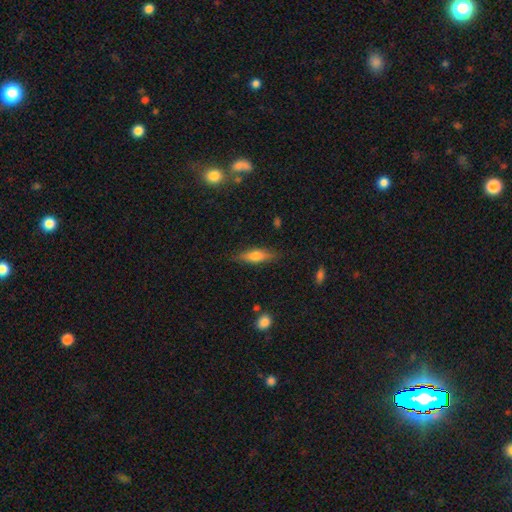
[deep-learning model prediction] A smooth galaxy with no disk features (58%) that is cigar-shaped (52%).

Vote fractions:
- Smooth or featured? smooth: 58% / featured or disk: 35% / star or artifact: 7%
- How rounded? cigar-shaped: 52% / in between: 45% / round: 3%
- Merging? none: 83% / minor disturbance: 12% / major disturbance: 3% / merger: 1%